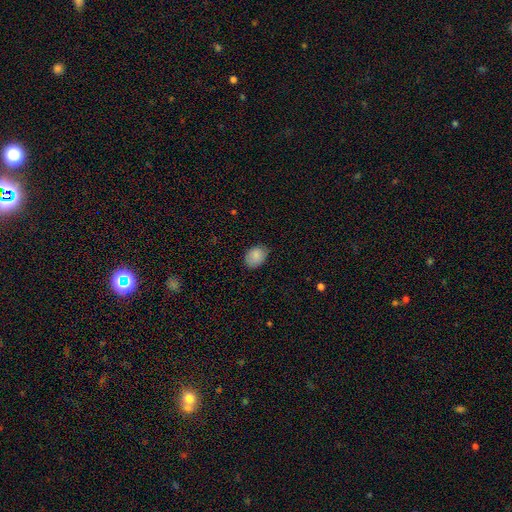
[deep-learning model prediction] A smooth galaxy with no disk features (87%) that is in between round and cigar-shaped (68%).

Vote fractions:
- Smooth or featured? smooth: 87% / star or artifact: 7% / featured or disk: 6%
- How rounded? in between: 68% / round: 31% / cigar-shaped: 1%
- Merging? none: 73% / minor disturbance: 23% / major disturbance: 4% / merger: 1%